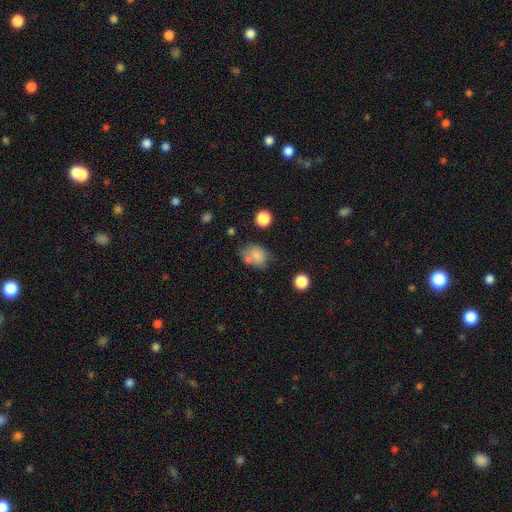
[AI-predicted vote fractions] Morphology: type=smooth (76%); roundness=in between (62%); merging=none (45%).